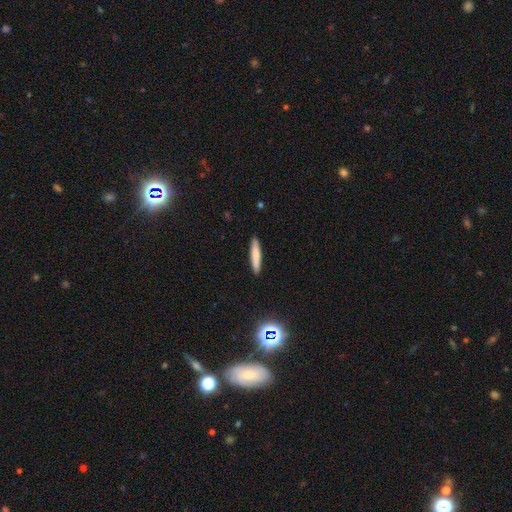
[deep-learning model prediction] A smooth galaxy with no disk features (78%) that is cigar-shaped (91%). Merging: none (91%).